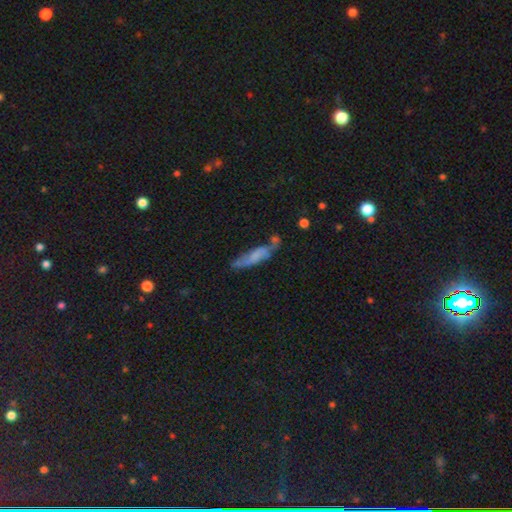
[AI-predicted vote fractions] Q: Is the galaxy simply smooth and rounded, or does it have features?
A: smooth — 53%.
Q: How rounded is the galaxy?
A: cigar-shaped — 74%.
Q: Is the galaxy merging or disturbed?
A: none — 49%.